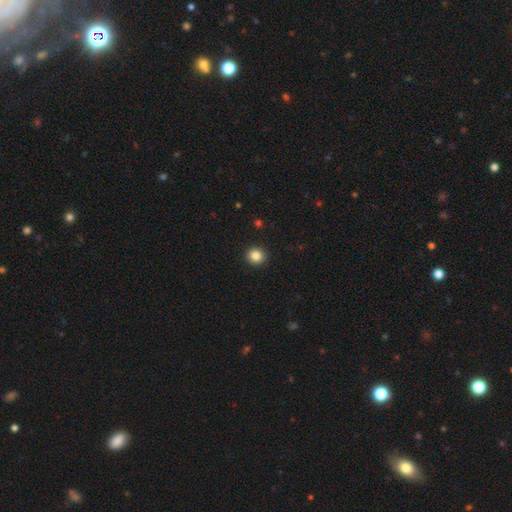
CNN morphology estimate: The model was most divided on "smooth or featured": smooth: 85%, star or artifact: 10%, featured or disk: 5%. More confident: merging — none (93%); how rounded — round (90%).